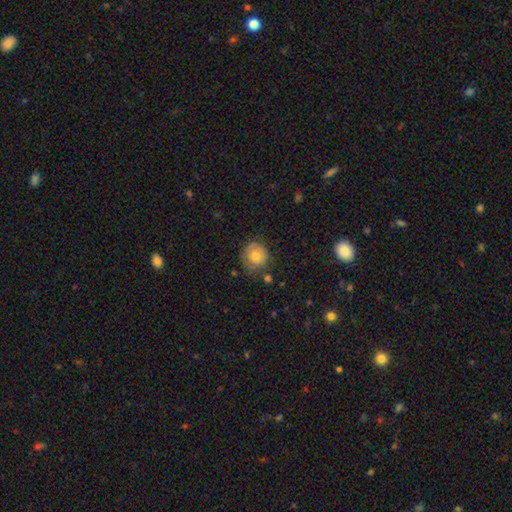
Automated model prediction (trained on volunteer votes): Smooth or featured: smooth — 70% (featured or disk — 20%)
How rounded: round — 87% (in between — 13%)
Merging: none — 69% (minor disturbance — 22%)